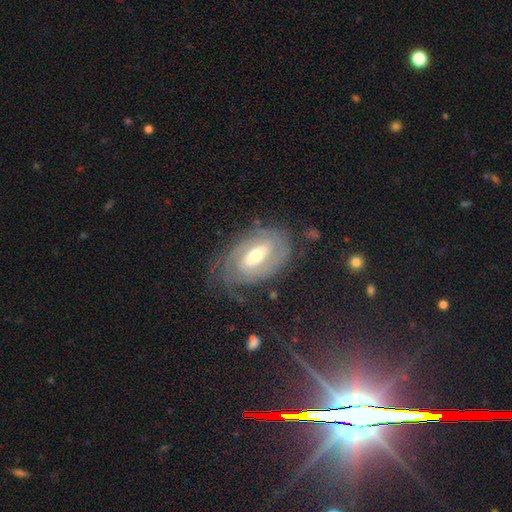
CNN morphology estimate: Smooth or featured?
  - featured or disk: 83% *
  - smooth: 11%
  - star or artifact: 6%
Edge-on disk?
  - no: 94% *
  - yes: 6%
Bar?
  - weak: 44% *
  - strong: 34%
  - no: 22%
Spiral arms?
  - yes: 90% *
  - no: 10%
Spiral winding?
  - tight: 69% *
  - medium: 24%
  - loose: 7%
Spiral arm count?
  - 2: 42% *
  - can't tell: 35%
  - 3: 10%
  - 1: 6%
  - 4: 4%
  - more than 4: 3%
Bulge size?
  - moderate: 66% *
  - small: 26%
  - large: 6%
  - dominant: 1%
  - none: 1%
Merging?
  - none: 67% *
  - minor disturbance: 20%
  - major disturbance: 12%
  - merger: 2%